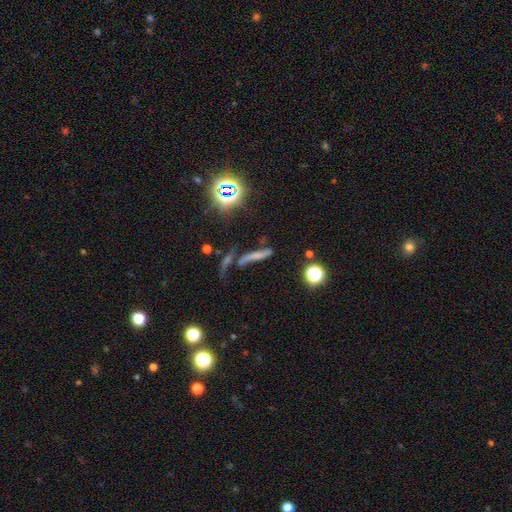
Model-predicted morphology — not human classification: A smooth galaxy with no disk features (41%). Merging: none (44%).